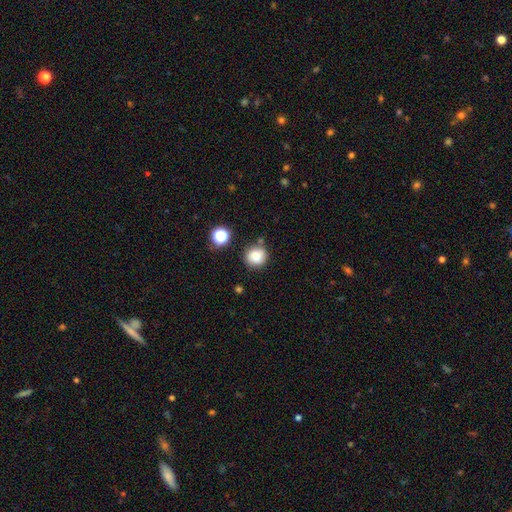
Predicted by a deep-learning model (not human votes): A smooth galaxy with no disk features (81%) that is round (90%).

Vote fractions:
- Smooth or featured? smooth: 81% / star or artifact: 11% / featured or disk: 8%
- How rounded? round: 90% / in between: 9% / cigar-shaped: 1%
- Merging? none: 76% / minor disturbance: 14% / merger: 7% / major disturbance: 3%